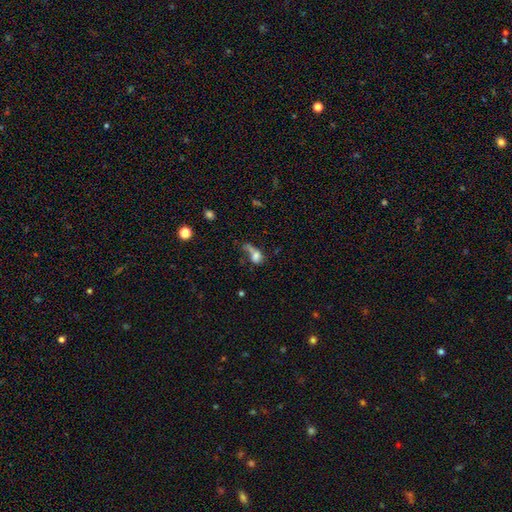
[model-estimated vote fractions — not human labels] This appears to be a smooth galaxy with no disk features (68%) that is in between round and cigar-shaped (51%). Merging: merger (32%).